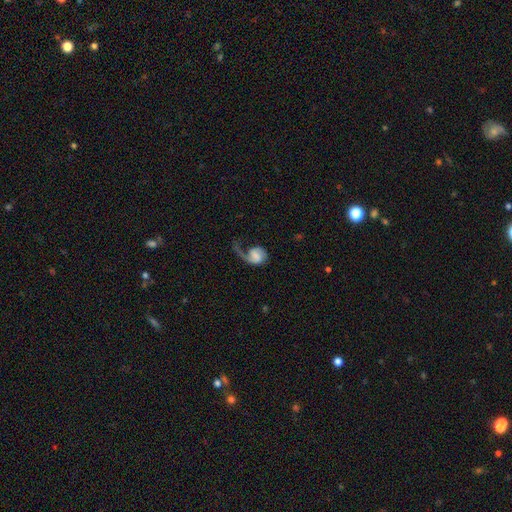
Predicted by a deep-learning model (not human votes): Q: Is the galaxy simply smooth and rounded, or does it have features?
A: featured or disk — 68%.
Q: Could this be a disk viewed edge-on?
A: no — 98%.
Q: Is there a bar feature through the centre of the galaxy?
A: weak — 44%.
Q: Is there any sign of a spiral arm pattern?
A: yes — 91%.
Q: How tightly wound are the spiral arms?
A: loose — 61%.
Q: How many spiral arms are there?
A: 1 — 66%.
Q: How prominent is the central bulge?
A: none — 39%.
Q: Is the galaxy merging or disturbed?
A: major disturbance — 51%.